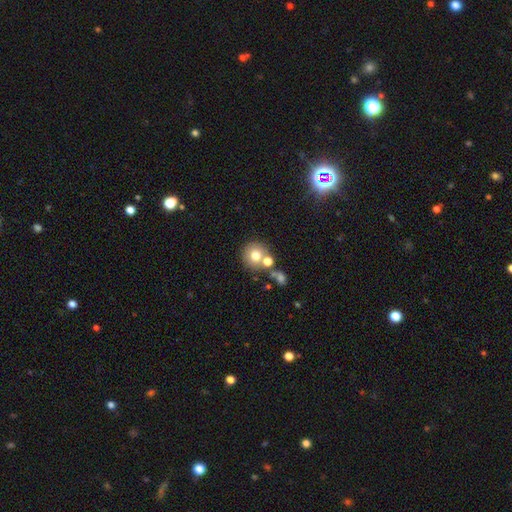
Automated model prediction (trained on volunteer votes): This is likely a smooth galaxy (73%). How rounded: clearly round (90%). Merging: likely none (62%).